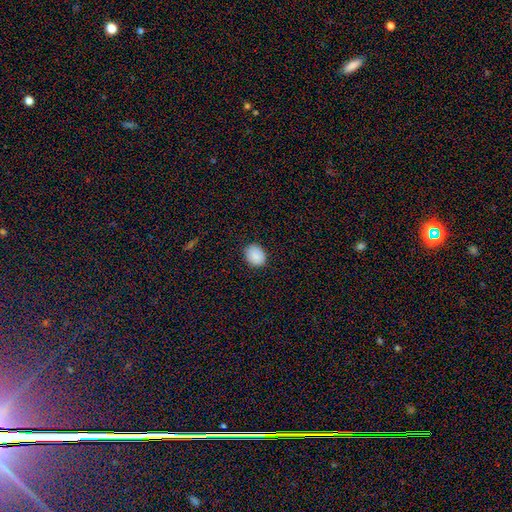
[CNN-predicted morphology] Smooth or featured: smooth — 89% (star or artifact — 8%)
How rounded: in between — 53% (round — 47%)
Merging: none — 86% (minor disturbance — 11%)